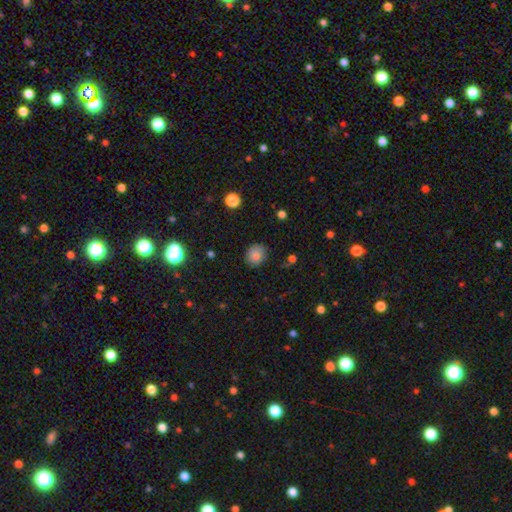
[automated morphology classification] Smooth or featured? Predicted: smooth (p=0.81). How rounded? Predicted: round (p=0.71). Merging? Predicted: none (p=0.84).